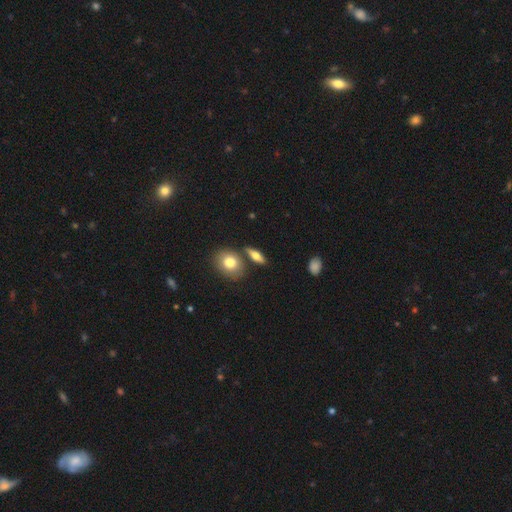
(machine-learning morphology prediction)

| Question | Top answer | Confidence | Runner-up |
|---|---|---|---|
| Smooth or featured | smooth | 59% | featured or disk (33%) |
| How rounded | in between | 60% | cigar-shaped (29%) |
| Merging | none | 74% | minor disturbance (12%) |